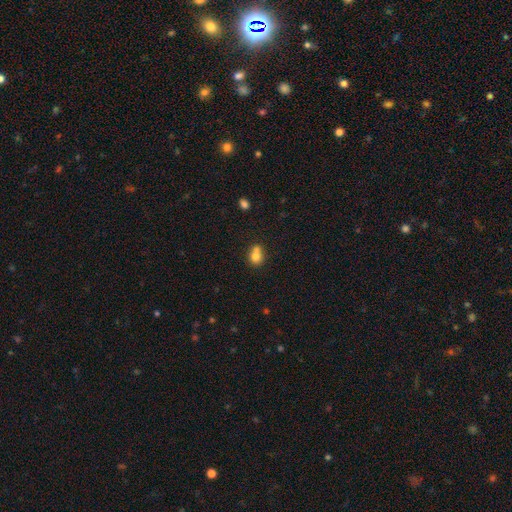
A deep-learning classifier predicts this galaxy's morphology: A smooth galaxy with no disk features (76%) that is round (60%).

Vote fractions:
- Smooth or featured? smooth: 76% / featured or disk: 14% / star or artifact: 11%
- How rounded? round: 60% / in between: 39% / cigar-shaped: 1%
- Merging? merger: 46% / none: 37% / minor disturbance: 13% / major disturbance: 5%